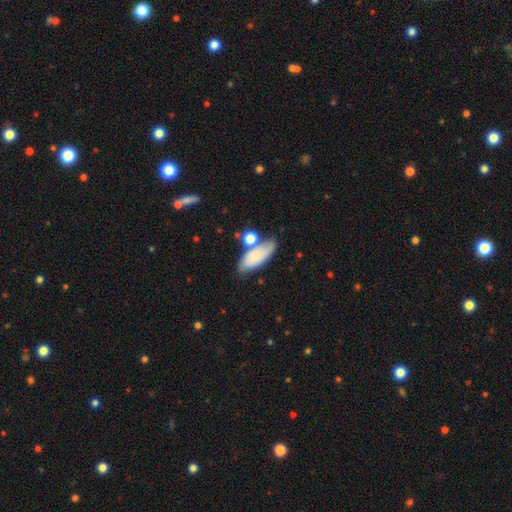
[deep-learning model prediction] This appears to be a smooth galaxy with no disk features (72%) that is in between round and cigar-shaped (80%). Merging: none (56%).